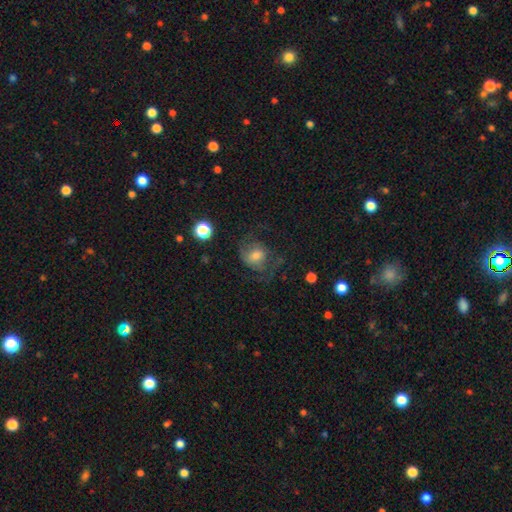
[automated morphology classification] smooth-or-featured: featured or disk: 54% | smooth: 35% | star or artifact: 11%
  disk-edge-on: no: 97% | yes: 3%
    bar: no: 61% | weak: 33% | strong: 6%
    has-spiral-arms: yes: 82% | no: 18%
    bulge-size: moderate: 53% | small: 28% | large: 12% | none: 5% | dominant: 2%
  merging: none: 52% | major disturbance: 27% | minor disturbance: 20% | merger: 2%